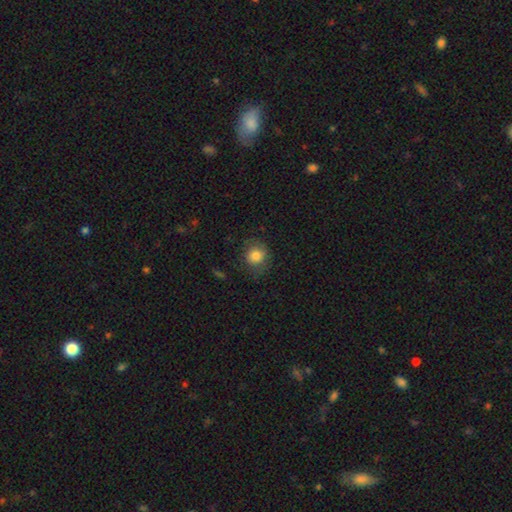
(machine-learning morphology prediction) smooth_or_featured: smooth (p=0.81) [alt: featured or disk p=0.10]
how_rounded: round (p=0.82) [alt: in between p=0.18]
merging: none (p=0.71) [alt: minor disturbance p=0.19]